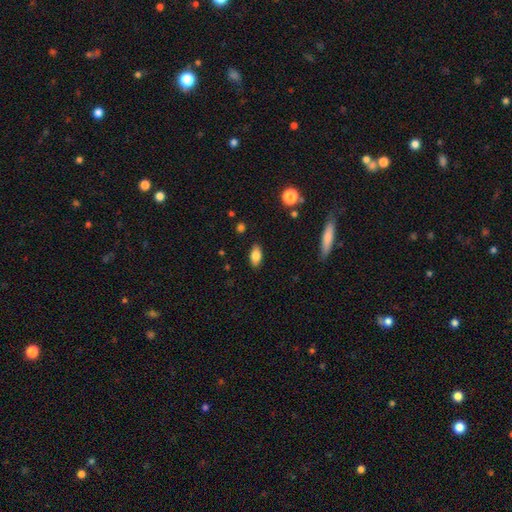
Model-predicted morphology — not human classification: Smooth or featured? smooth (81%)
How rounded? in between (89%)
Merging? none (87%)